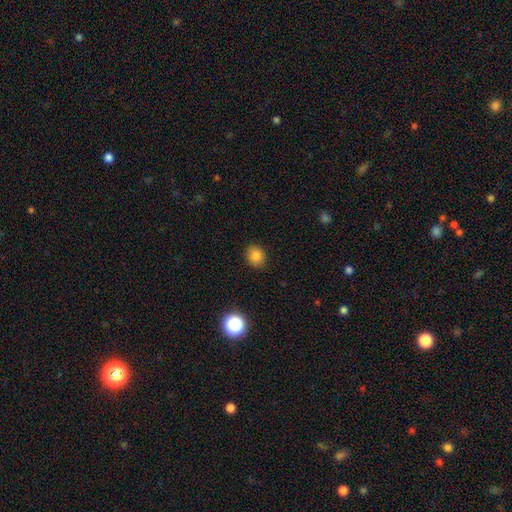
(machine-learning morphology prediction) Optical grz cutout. It shows a smooth galaxy with no disk features (81%) that is round (71%). Merging: none (90%).